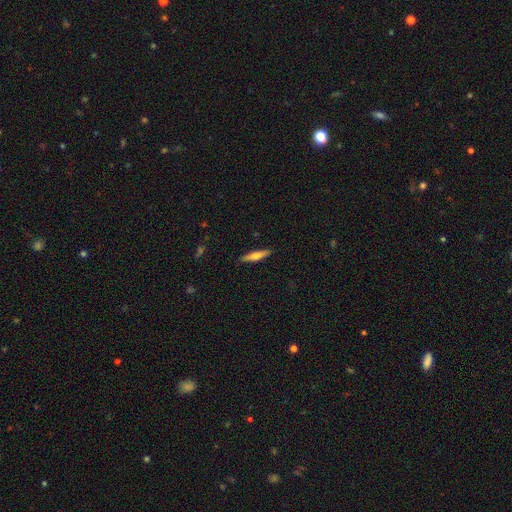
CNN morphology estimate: Smooth or featured?
  - smooth: 53% *
  - featured or disk: 42%
  - star or artifact: 6%
How rounded?
  - cigar-shaped: 86% *
  - in between: 12%
  - round: 2%
Merging?
  - none: 90% *
  - minor disturbance: 7%
  - major disturbance: 2%
  - merger: 1%